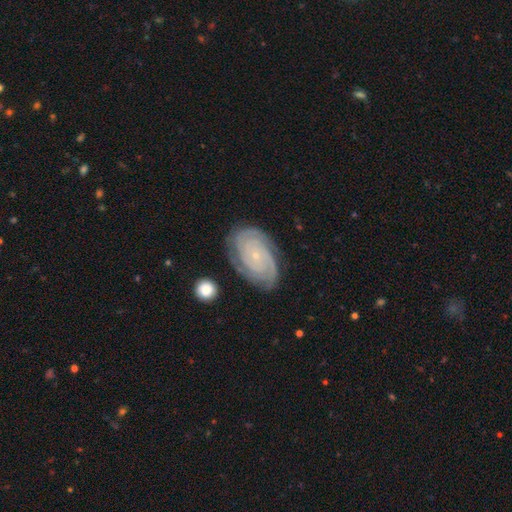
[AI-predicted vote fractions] A featured or disk galaxy (88%) with no bar (78%), 2 (30%) tight (83%) spiral arms (98%) and a small central bulge (86%). Merging: none (81%).